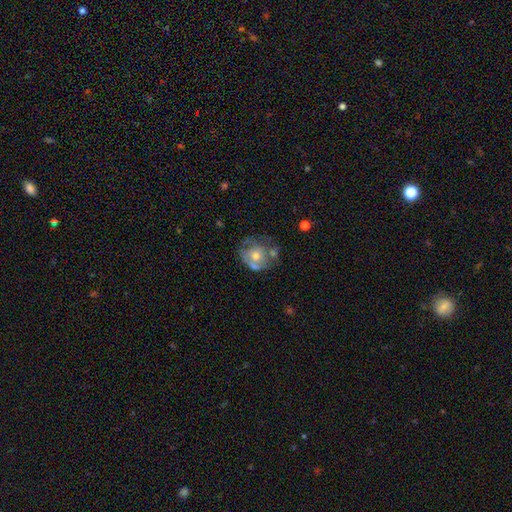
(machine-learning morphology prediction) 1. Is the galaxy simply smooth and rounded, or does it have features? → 50% featured or disk, 42% smooth, 8% star or artifact.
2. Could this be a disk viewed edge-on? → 97% no, 3% yes.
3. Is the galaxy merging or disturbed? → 42% none, 24% minor disturbance, 17% major disturbance, 17% merger.